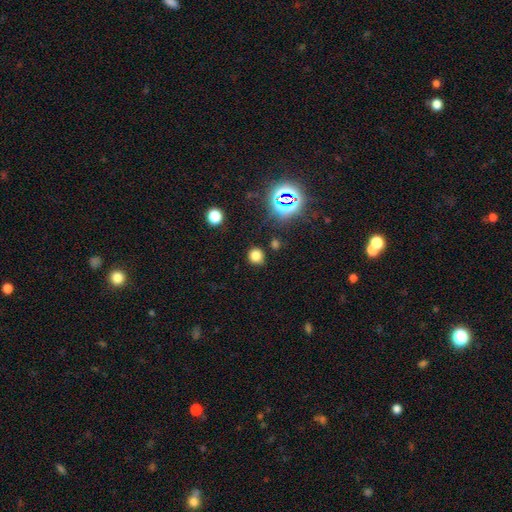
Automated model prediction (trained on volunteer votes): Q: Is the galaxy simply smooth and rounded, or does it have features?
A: smooth — 74%.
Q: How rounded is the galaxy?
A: round — 86%.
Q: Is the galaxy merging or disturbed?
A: none — 86%.